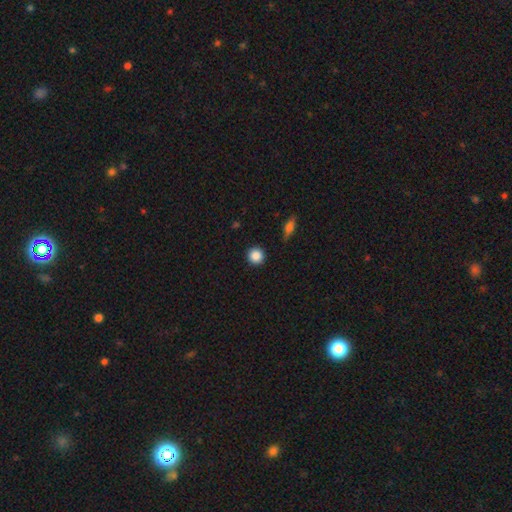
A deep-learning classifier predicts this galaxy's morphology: Q: Smooth or featured?
A: smooth (87%); runner-up: star or artifact (9%)
Q: How rounded?
A: round (95%); runner-up: in between (4%)
Q: Merging?
A: none (92%); runner-up: minor disturbance (5%)